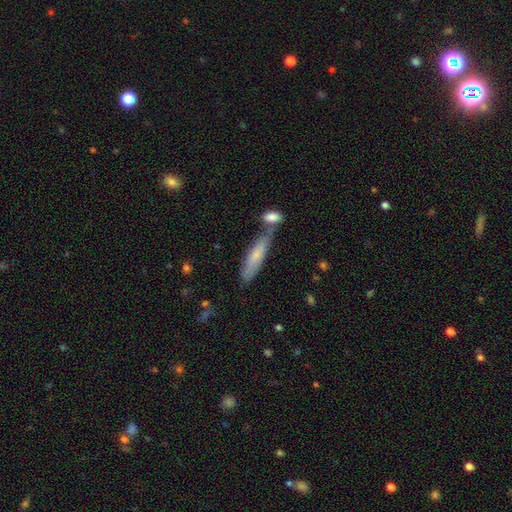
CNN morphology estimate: The model was most divided on "merging": none: 58%, merger: 23%, minor disturbance: 15%, major disturbance: 4%. More confident: how rounded — cigar-shaped (77%); smooth or featured — smooth (66%).